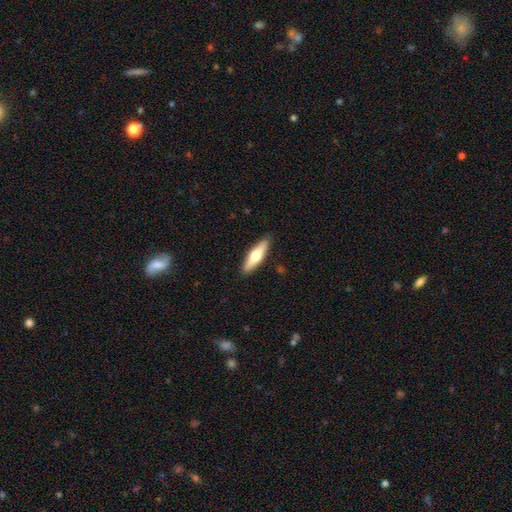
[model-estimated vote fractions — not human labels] Q: Smooth or featured?
A: smooth (53%); runner-up: featured or disk (42%)
Q: How rounded?
A: cigar-shaped (65%); runner-up: in between (33%)
Q: Merging?
A: none (90%); runner-up: minor disturbance (8%)